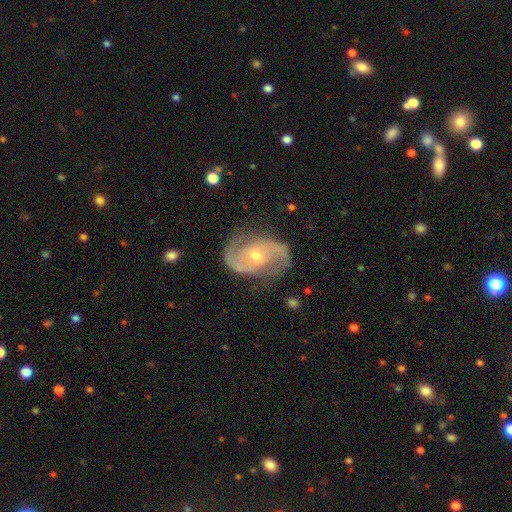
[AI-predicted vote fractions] Smooth or featured? Predicted: featured or disk (p=0.90). Edge-on disk? Predicted: no (p=0.97). Bar? Predicted: no (p=0.55). Spiral arms? Predicted: yes (p=0.97). Spiral winding? Predicted: medium (p=0.54). Spiral arm count? Predicted: 2 (p=0.92). Bulge size? Predicted: small (p=0.50). Merging? Predicted: none (p=0.78).